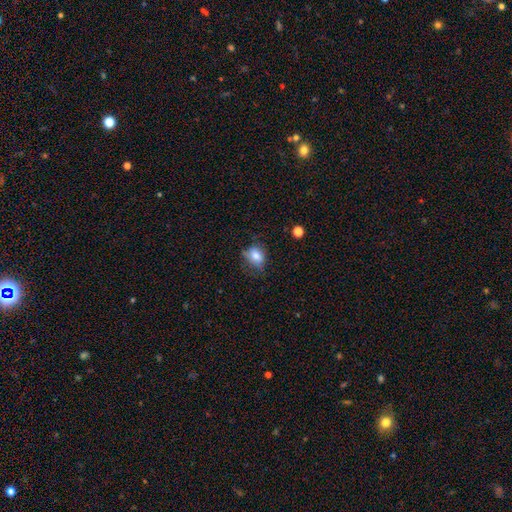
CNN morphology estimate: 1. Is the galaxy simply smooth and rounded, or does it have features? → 77% smooth, 13% featured or disk, 10% star or artifact.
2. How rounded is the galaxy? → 61% in between, 37% round, 2% cigar-shaped.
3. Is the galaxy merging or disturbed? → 57% none, 30% minor disturbance, 11% major disturbance, 2% merger.